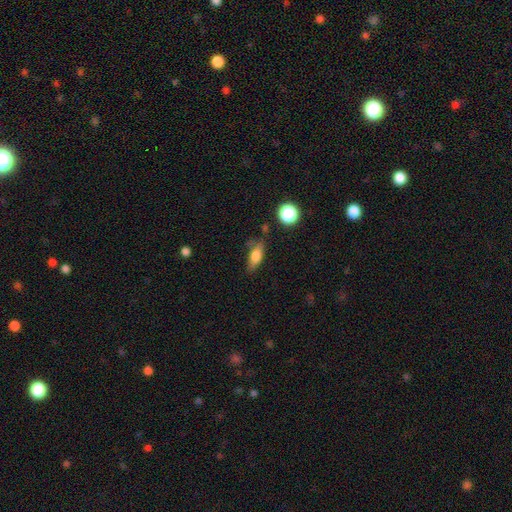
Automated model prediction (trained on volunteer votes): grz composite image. It shows a smooth galaxy with no disk features (74%) that is in between round and cigar-shaped (70%). Merging: none (63%).